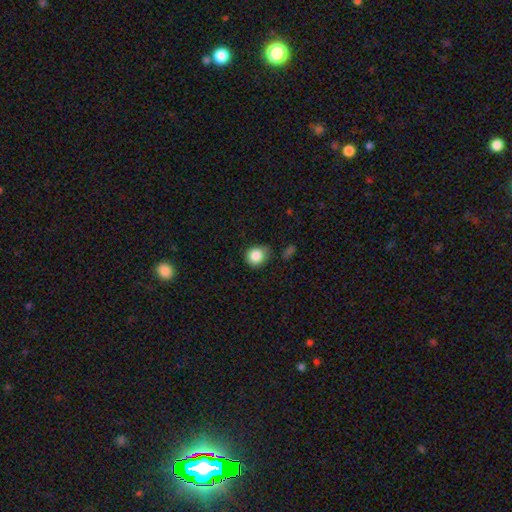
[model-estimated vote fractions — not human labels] This appears to be a smooth galaxy with no disk features (85%) that is round (83%). Merging: none (66%).